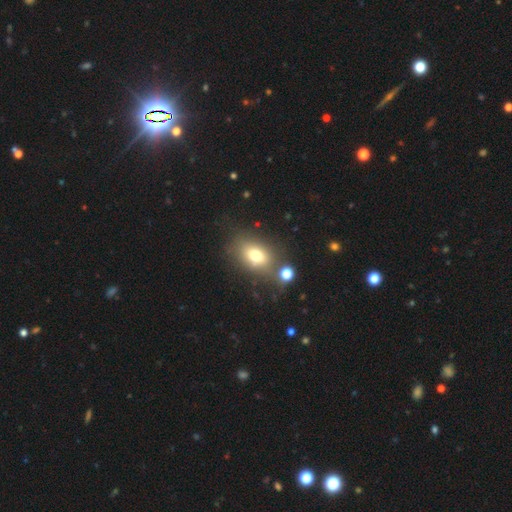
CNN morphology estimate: Smooth or featured? Predicted: smooth (p=0.72). How rounded? Predicted: in between (p=0.72). Merging? Predicted: none (p=0.63).